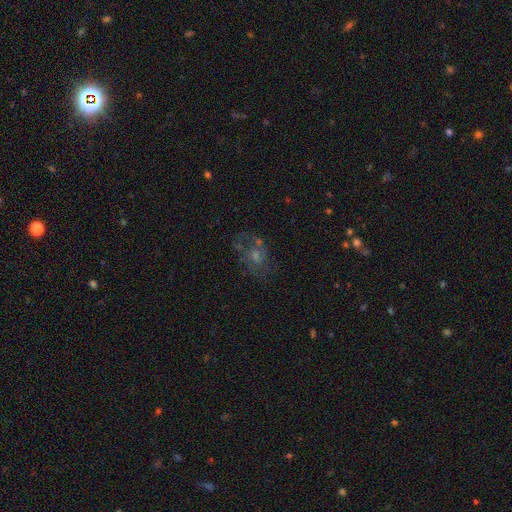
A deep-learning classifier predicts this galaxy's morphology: Smooth or featured? Predicted: featured or disk (p=0.45). Merging? Predicted: none (p=0.65).